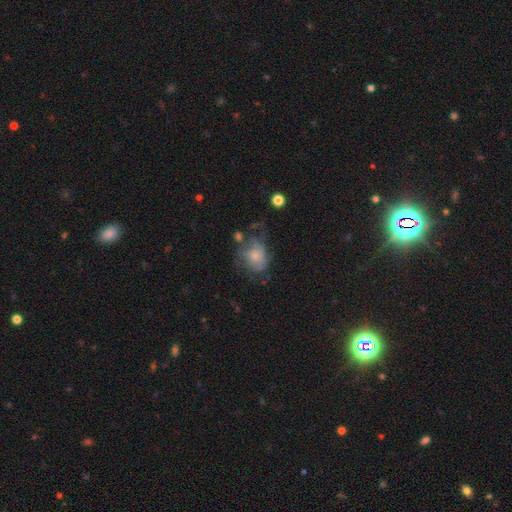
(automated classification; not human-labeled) Smooth or featured?
  - featured or disk: 51% *
  - smooth: 39%
  - star or artifact: 9%
Edge-on disk?
  - no: 97% *
  - yes: 3%
Merging?
  - none: 36% *
  - major disturbance: 33%
  - minor disturbance: 26%
  - merger: 5%